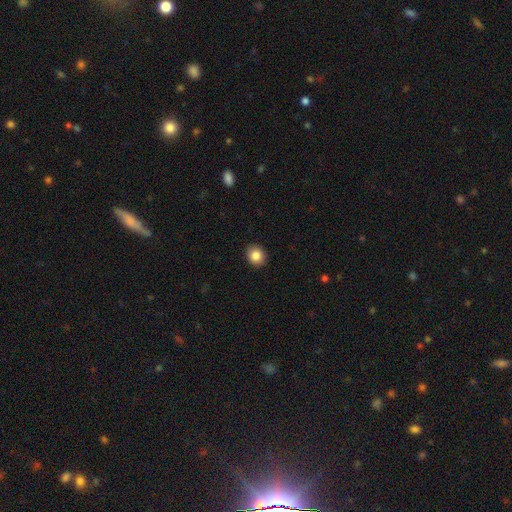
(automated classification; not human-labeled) Q: Smooth or featured?
A: smooth (85%); runner-up: star or artifact (9%)
Q: How rounded?
A: round (66%); runner-up: in between (34%)
Q: Merging?
A: none (90%); runner-up: minor disturbance (7%)